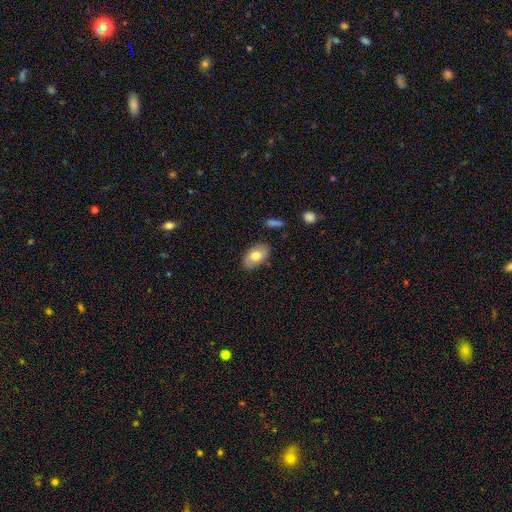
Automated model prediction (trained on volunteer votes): Smooth or featured: smooth — 74% (featured or disk — 19%)
How rounded: in between — 92% (round — 6%)
Merging: none — 84% (minor disturbance — 12%)